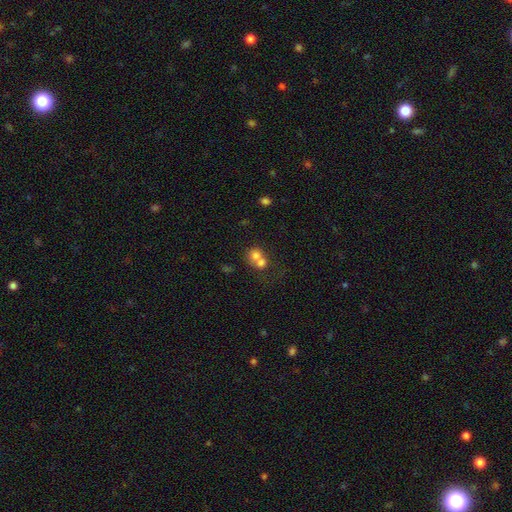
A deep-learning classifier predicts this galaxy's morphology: A smooth galaxy with no disk features (71%) that is round (77%). Merging: merger (66%).